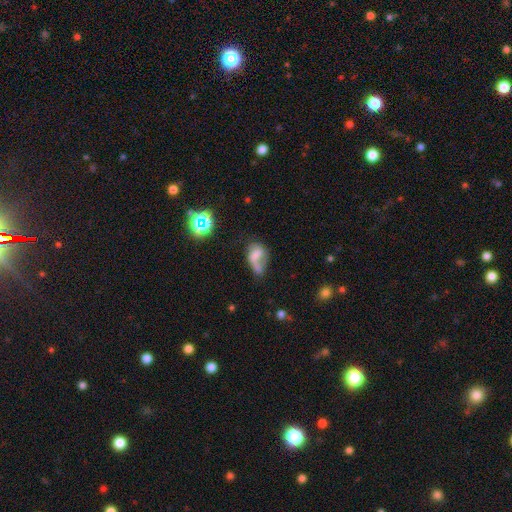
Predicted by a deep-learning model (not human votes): A smooth galaxy with no disk features (48%).

Vote fractions:
- Smooth or featured? smooth: 48% / featured or disk: 38% / star or artifact: 14%
- Merging? major disturbance: 36% / none: 25% / minor disturbance: 21% / merger: 18%